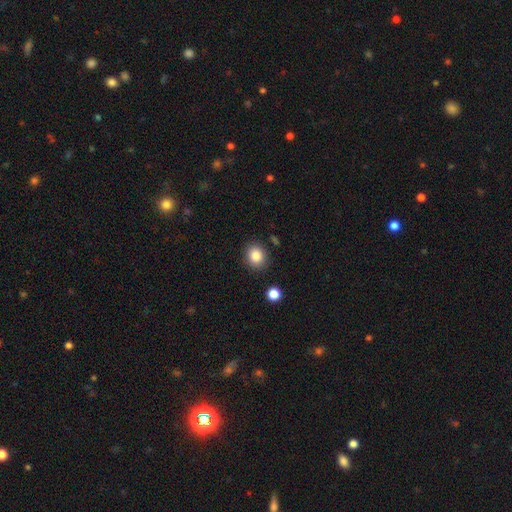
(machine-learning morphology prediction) Overall: smooth (87%). How rounded: round (69%; in between 30%). Merging: none (86%).